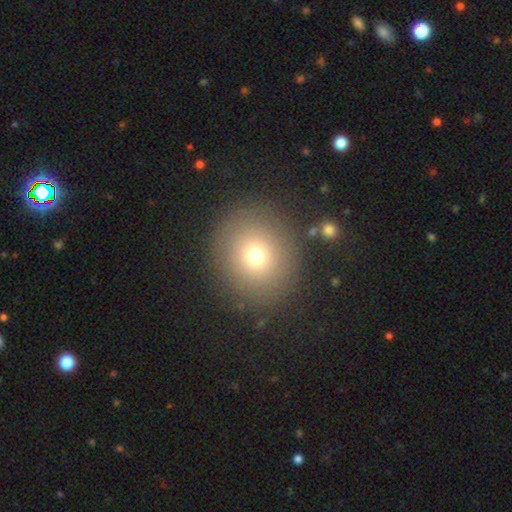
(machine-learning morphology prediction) Smooth or featured?
  - smooth: 73% *
  - star or artifact: 15%
  - featured or disk: 12%
How rounded?
  - round: 85% *
  - in between: 14%
  - cigar-shaped: 1%
Merging?
  - none: 86% *
  - minor disturbance: 8%
  - major disturbance: 4%
  - merger: 2%